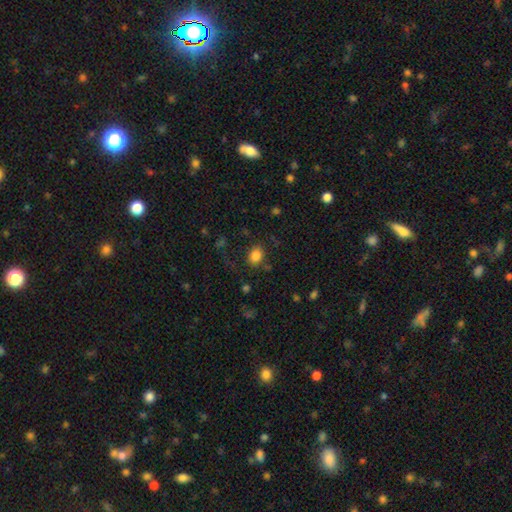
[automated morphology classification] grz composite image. It shows a smooth galaxy with no disk features (83%) that is in between round and cigar-shaped (52%). Merging: none (79%).